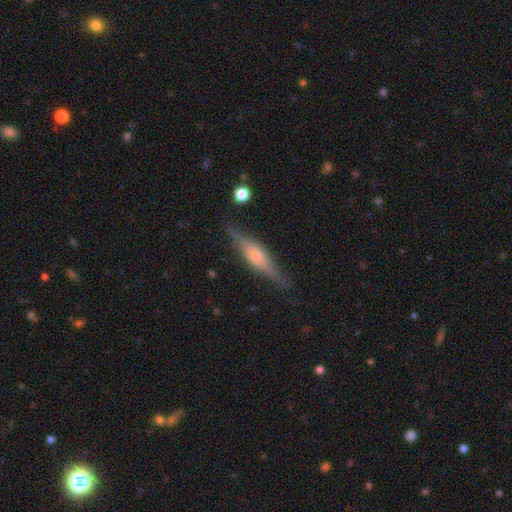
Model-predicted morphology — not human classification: This is likely a featured or disk galaxy (68%). It is clearly viewed edge-on (96%). Edge-on bulge: likely rounded (66%). Merging: clearly none (82%).